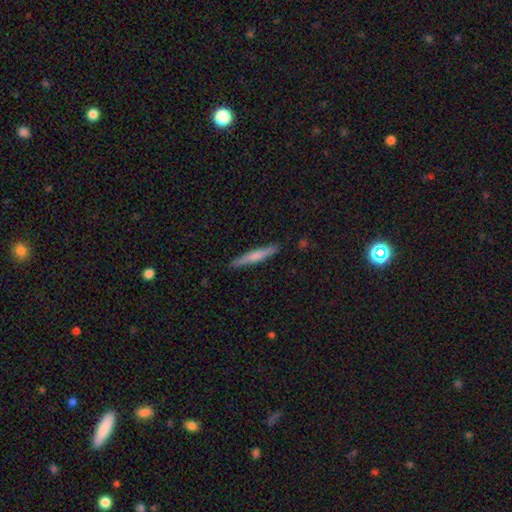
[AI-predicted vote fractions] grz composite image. It shows a smooth galaxy with no disk features (60%) that is cigar-shaped (95%). Merging: none (89%).